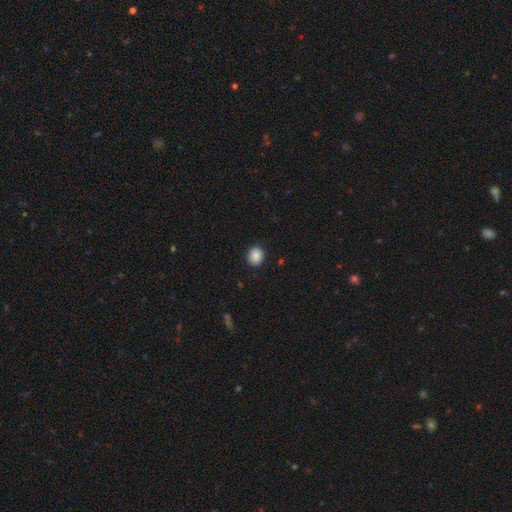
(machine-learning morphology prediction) Q: Smooth or featured?
A: smooth (89%); runner-up: star or artifact (8%)
Q: How rounded?
A: round (66%); runner-up: in between (33%)
Q: Merging?
A: none (89%); runner-up: minor disturbance (8%)